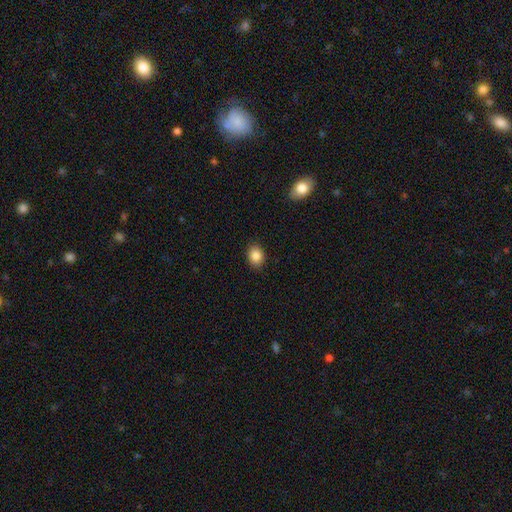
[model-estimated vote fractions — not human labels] Smooth or featured: smooth — 86% (star or artifact — 9%)
How rounded: in between — 62% (round — 37%)
Merging: none — 89% (minor disturbance — 8%)